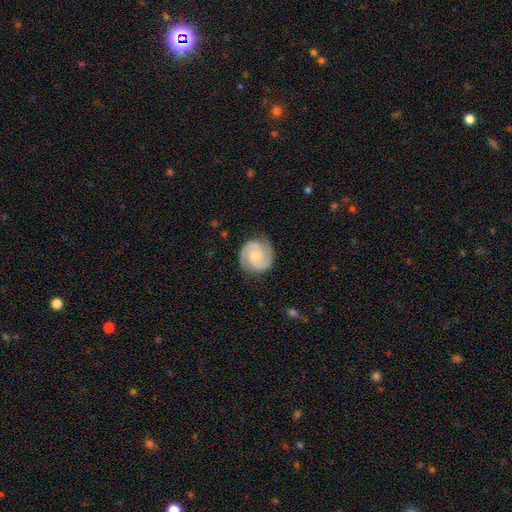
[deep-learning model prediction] The model was most divided on "spiral winding": tight: 53%, medium: 41%, loose: 6%. More confident: edge-on disk — no (98%); spiral arms — yes (98%); spiral arm count — 2 (91%); smooth or featured — featured or disk (86%); merging — none (83%); bar — no (59%); bulge size — small (56%).